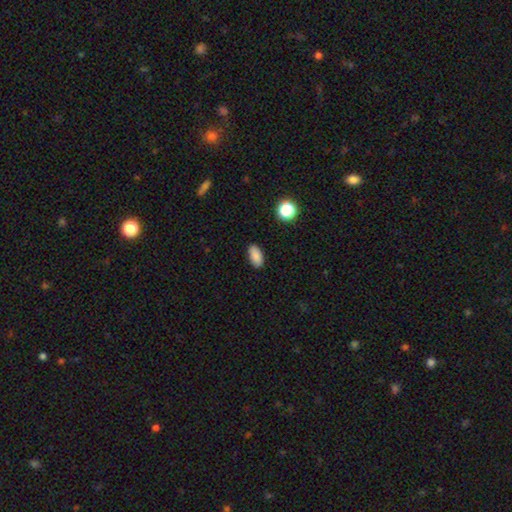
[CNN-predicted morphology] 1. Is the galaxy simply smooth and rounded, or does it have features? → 86% smooth, 9% star or artifact, 5% featured or disk.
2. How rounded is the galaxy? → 91% in between, 4% cigar-shaped, 4% round.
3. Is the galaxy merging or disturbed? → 88% none, 8% minor disturbance, 2% major disturbance, 1% merger.